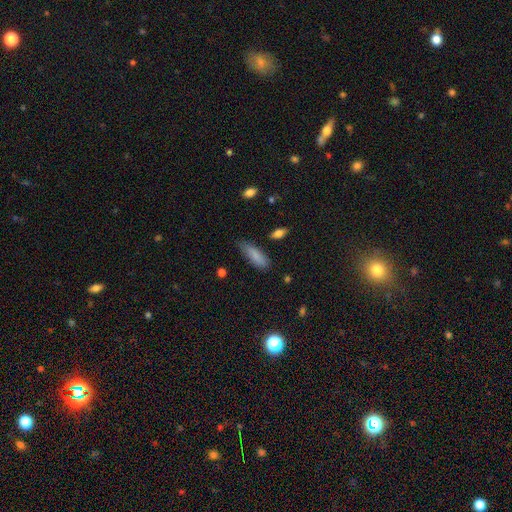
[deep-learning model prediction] Q: Smooth or featured?
A: smooth (85%); runner-up: featured or disk (8%)
Q: How rounded?
A: in between (59%); runner-up: cigar-shaped (39%)
Q: Merging?
A: none (68%); runner-up: minor disturbance (25%)